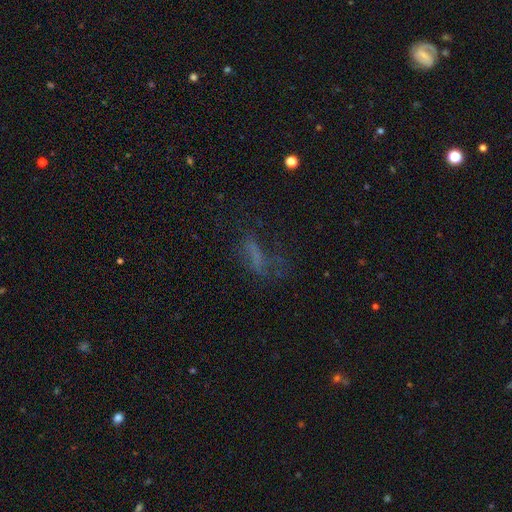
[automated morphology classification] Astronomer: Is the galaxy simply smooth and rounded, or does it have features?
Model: smooth — 44% (runner-up: featured or disk, 29%).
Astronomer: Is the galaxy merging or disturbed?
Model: none — 42% (runner-up: major disturbance, 34%).